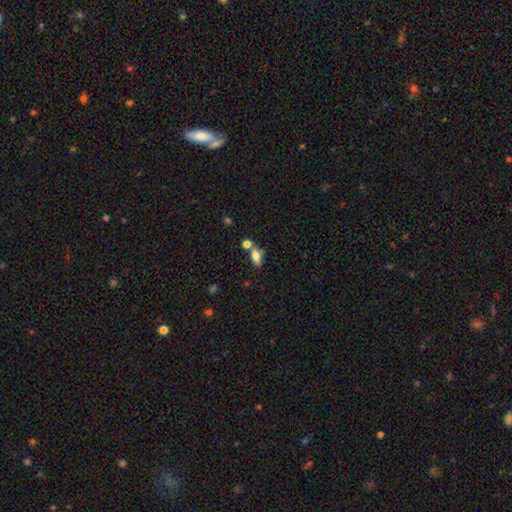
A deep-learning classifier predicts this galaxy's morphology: Overall: smooth (78%). How rounded: in between (82%). Merging: none (50%; merger 29%).